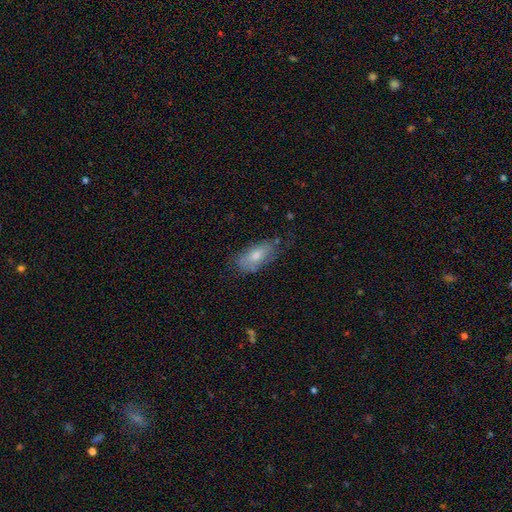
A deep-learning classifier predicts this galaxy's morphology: Smooth or featured: smooth — 67% (featured or disk — 26%)
How rounded: in between — 89% (cigar-shaped — 8%)
Merging: none — 57% (minor disturbance — 29%)